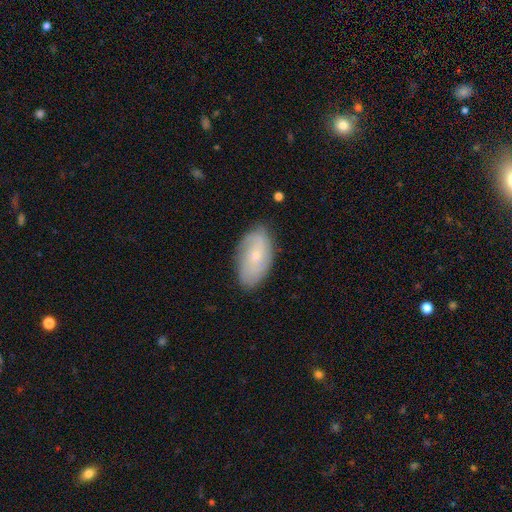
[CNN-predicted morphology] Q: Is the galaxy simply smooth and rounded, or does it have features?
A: featured or disk — 55%.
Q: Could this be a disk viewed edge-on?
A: no — 93%.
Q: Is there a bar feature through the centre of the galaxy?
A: no — 72%.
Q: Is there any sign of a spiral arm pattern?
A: yes — 82%.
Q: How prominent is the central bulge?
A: small — 68%.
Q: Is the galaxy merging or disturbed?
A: none — 79%.